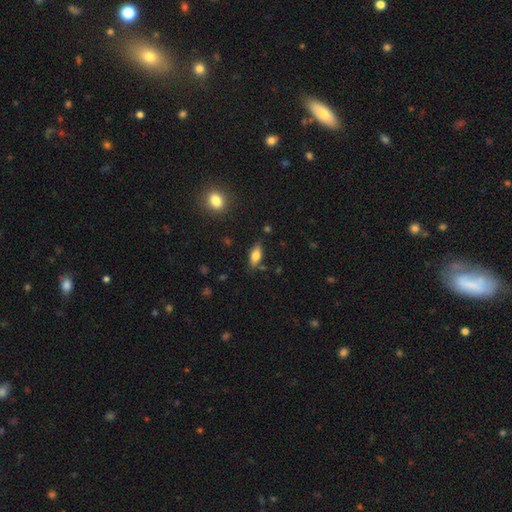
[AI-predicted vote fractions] Smooth or featured: smooth — 74% (featured or disk — 18%)
How rounded: in between — 81% (cigar-shaped — 16%)
Merging: none — 78% (minor disturbance — 15%)